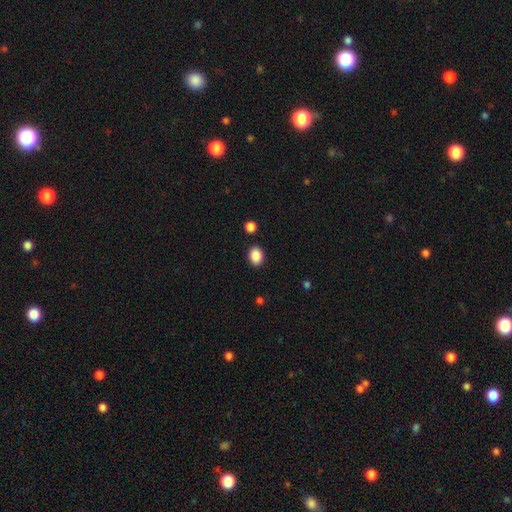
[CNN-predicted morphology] Smooth or featured? smooth (88%)
How rounded? in between (63%)
Merging? none (87%)